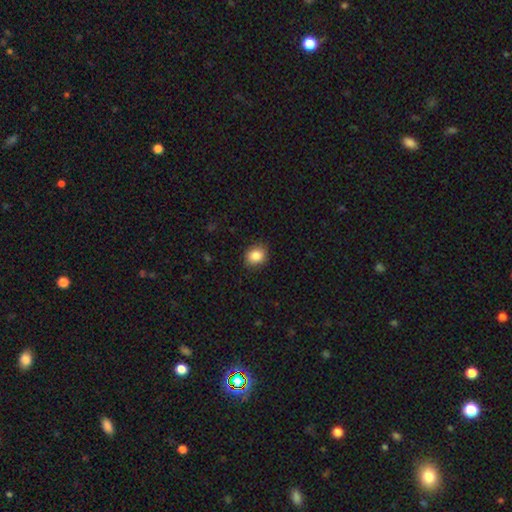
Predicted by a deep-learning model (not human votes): This appears to be a smooth galaxy with no disk features (87%) that is round (64%). Merging: none (86%).